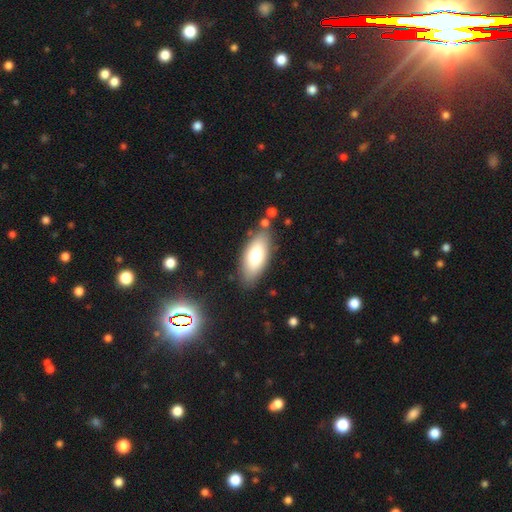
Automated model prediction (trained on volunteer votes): Smooth or featured: smooth — 71% (featured or disk — 22%)
How rounded: in between — 83% (cigar-shaped — 14%)
Merging: none — 80% (minor disturbance — 13%)